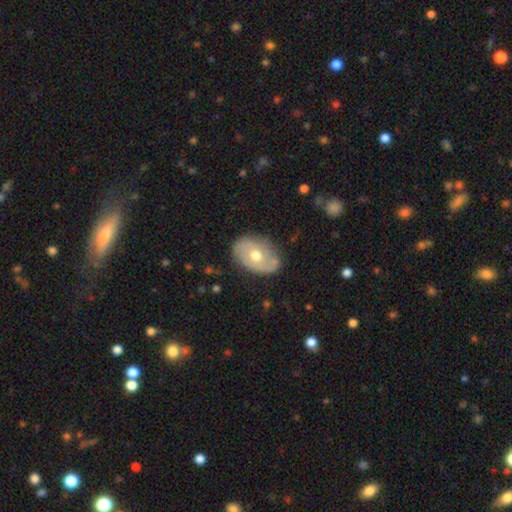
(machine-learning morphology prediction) type=featured or disk (52%); edge-on=no (93%); merging=none (75%).